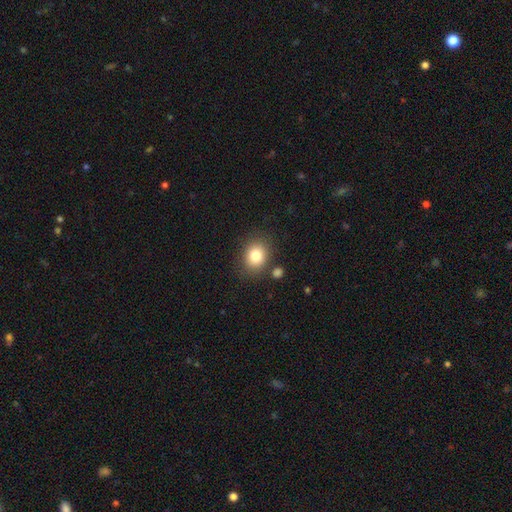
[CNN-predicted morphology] This is clearly a smooth galaxy (83%). How rounded: possibly round (60%). Merging: likely none (79%).